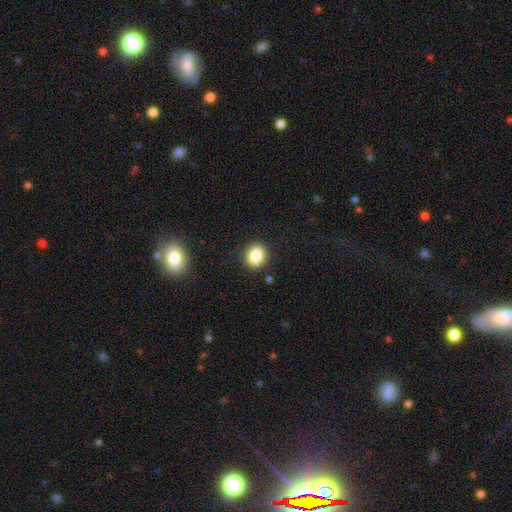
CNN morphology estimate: Smooth or featured: smooth — 84% (star or artifact — 10%)
How rounded: round — 70% (in between — 29%)
Merging: none — 88% (minor disturbance — 8%)